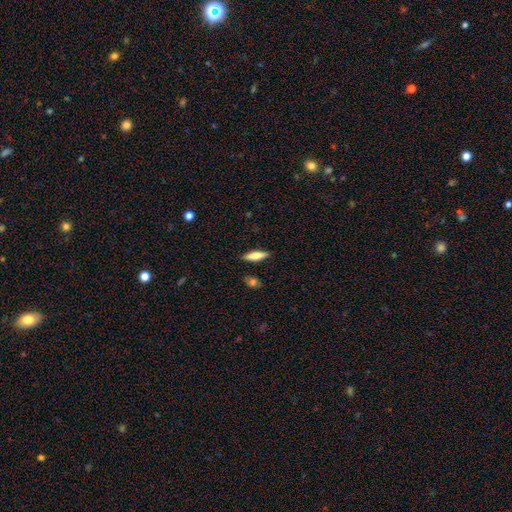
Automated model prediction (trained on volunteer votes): Smooth or featured?
  - smooth: 72% *
  - featured or disk: 22%
  - star or artifact: 6%
How rounded?
  - cigar-shaped: 65% *
  - in between: 33%
  - round: 2%
Merging?
  - none: 87% *
  - minor disturbance: 9%
  - merger: 2%
  - major disturbance: 2%